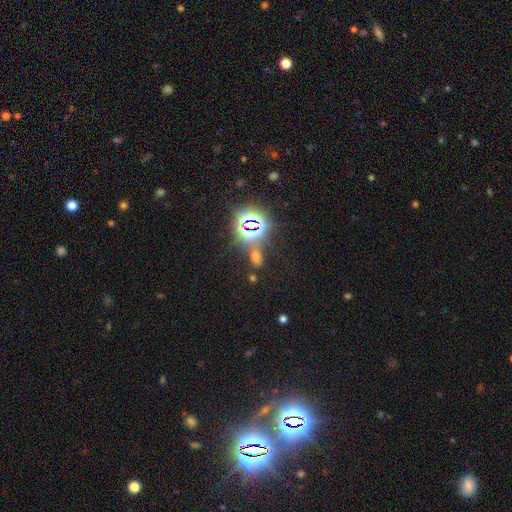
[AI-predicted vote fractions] Smooth or featured?
  - star or artifact: 59% *
  - smooth: 32%
  - featured or disk: 9%